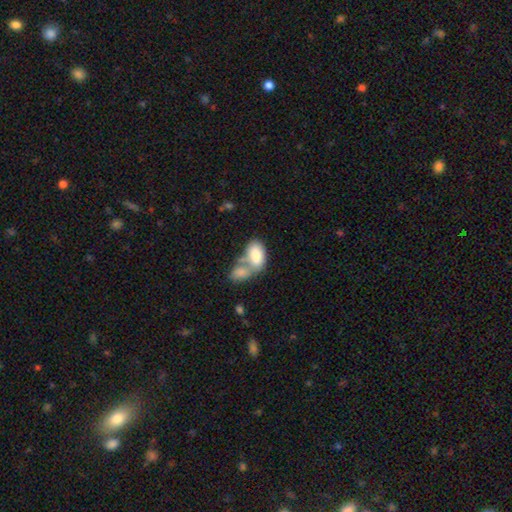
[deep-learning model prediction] smooth_or_featured: smooth (p=0.80) [alt: featured or disk p=0.14]
how_rounded: in between (p=0.94) [alt: round p=0.04]
merging: merger (p=0.67) [alt: none p=0.18]